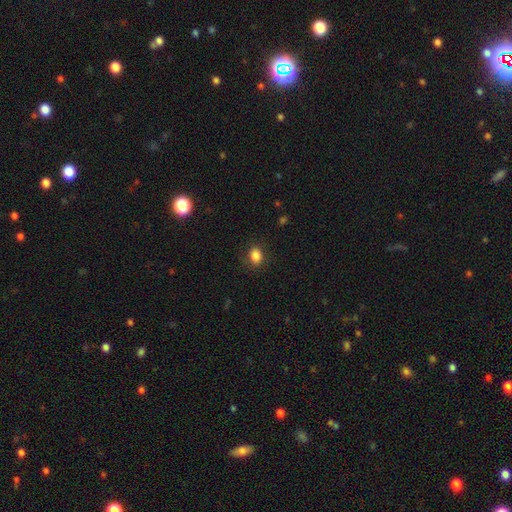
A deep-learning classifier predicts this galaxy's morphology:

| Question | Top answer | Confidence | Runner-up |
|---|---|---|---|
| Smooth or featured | smooth | 86% | star or artifact (10%) |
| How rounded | in between | 63% | round (36%) |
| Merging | none | 84% | minor disturbance (12%) |